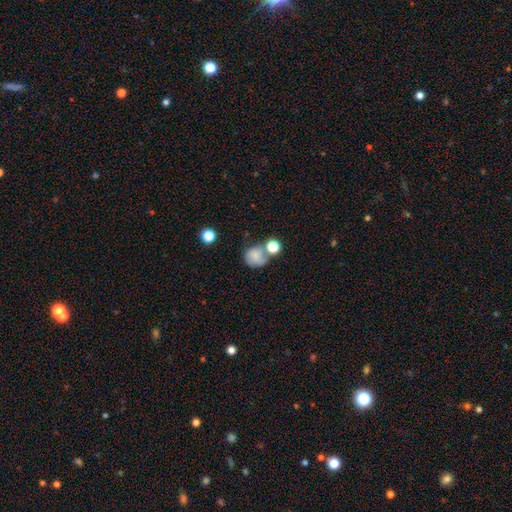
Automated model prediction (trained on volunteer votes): Overall: smooth (75%). How rounded: round (73%). Merging: none (37%; merger 34%).